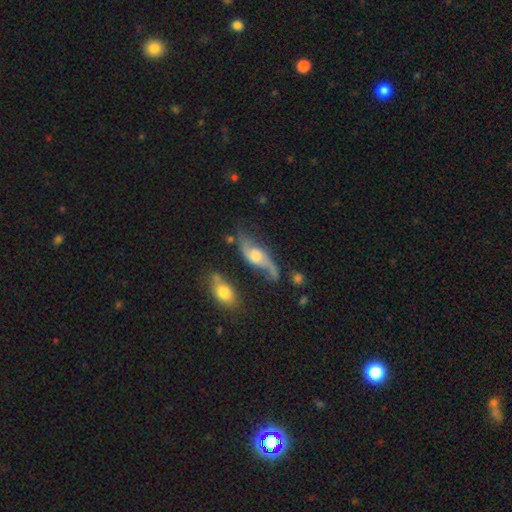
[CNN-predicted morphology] This is likely a featured or disk galaxy (79%). It is clearly not viewed edge-on (85%). Bar: possibly no (55%). Spiral arm pattern: clearly yes (93%). Spiral arm count: clearly 2 (89%). Spiral winding: likely loose (77%). Central bulge: possibly moderate (52%). Merging: possibly none (57%).